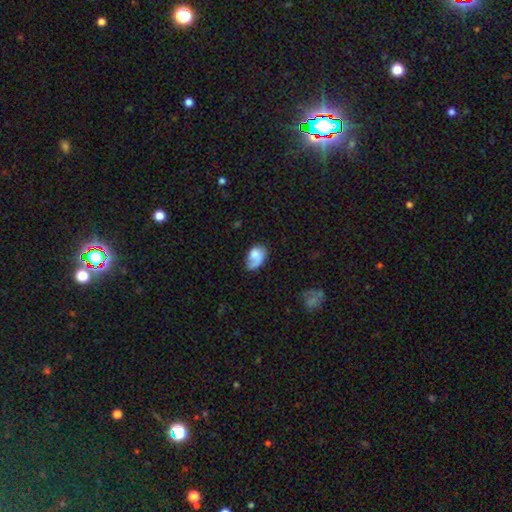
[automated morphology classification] Overall: smooth (58%; featured or disk 35%). How rounded: in between (81%). Merging: none (45%; minor disturbance 28%).